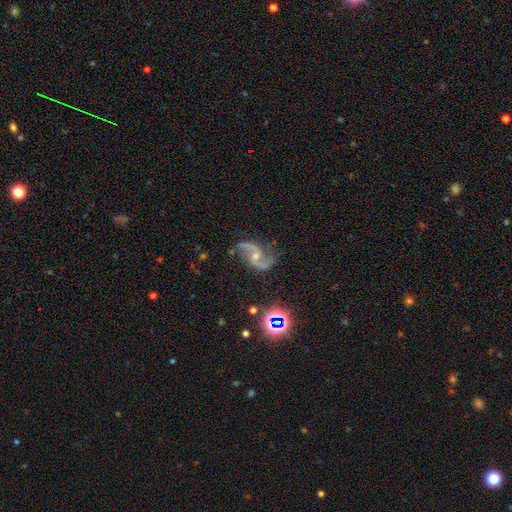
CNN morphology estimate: This appears to be a featured or disk galaxy (90%) with no bar (55%), 2 (94%) loose (64%) spiral arms (98%) and a small central bulge (60%). Merging: none (74%).